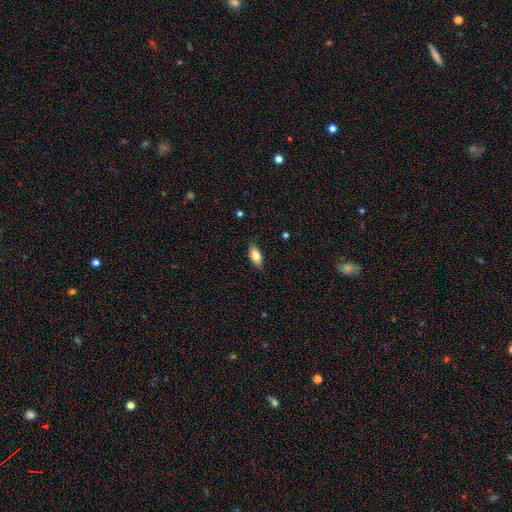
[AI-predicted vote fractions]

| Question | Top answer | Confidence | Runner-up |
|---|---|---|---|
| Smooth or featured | smooth | 72% | featured or disk (20%) |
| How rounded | in between | 78% | cigar-shaped (19%) |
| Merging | none | 81% | minor disturbance (15%) |